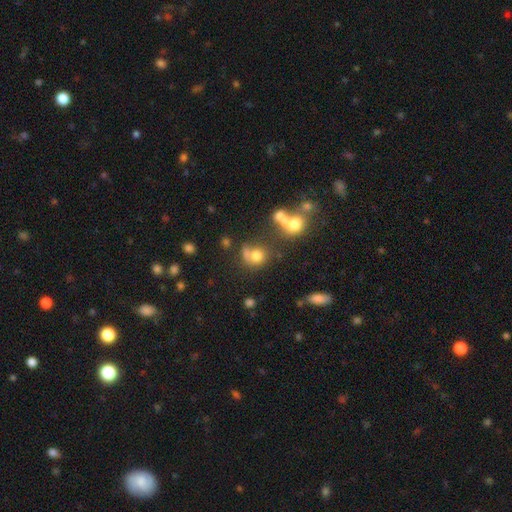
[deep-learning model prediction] smooth_or_featured: smooth (p=0.69) [alt: star or artifact p=0.16]
how_rounded: round (p=0.77) [alt: in between p=0.22]
merging: none (p=0.42) [alt: merger p=0.29]